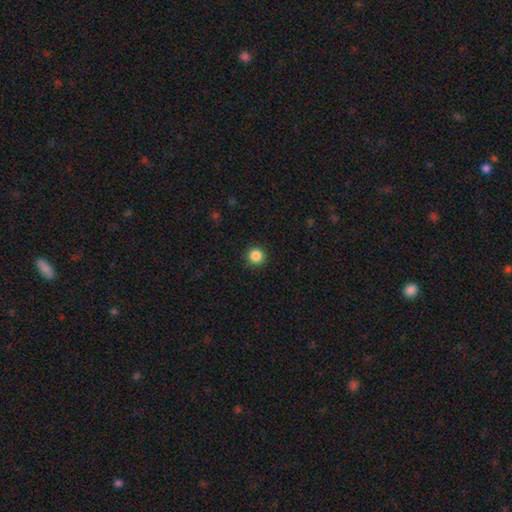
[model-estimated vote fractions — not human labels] A smooth galaxy with no disk features (86%) that is round (96%).

Vote fractions:
- Smooth or featured? smooth: 86% / star or artifact: 11% / featured or disk: 3%
- How rounded? round: 96% / in between: 3% / cigar-shaped: 1%
- Merging? none: 93% / minor disturbance: 5% / major disturbance: 2% / merger: 1%